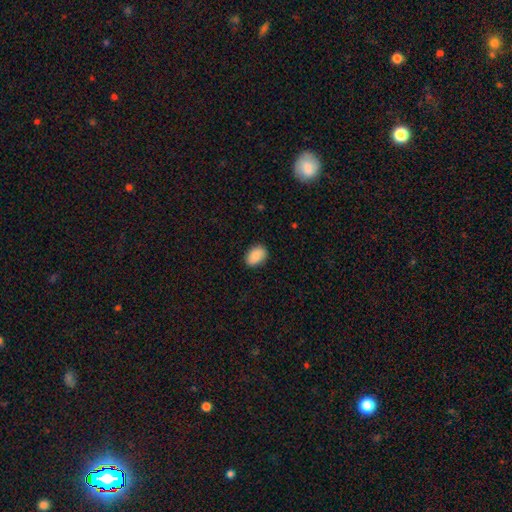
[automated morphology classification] A smooth galaxy with no disk features (89%) that is in between round and cigar-shaped (82%). Merging: none (86%).